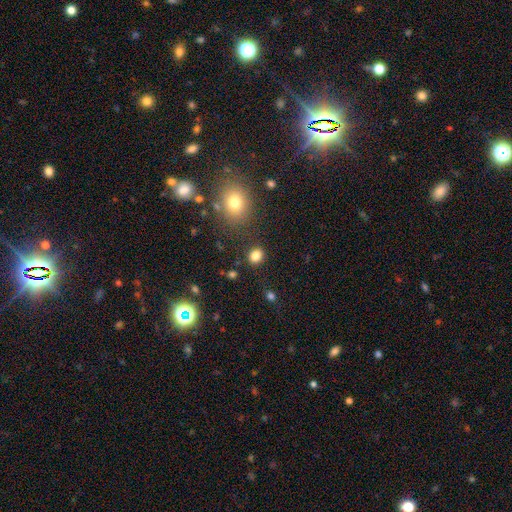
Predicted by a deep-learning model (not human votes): Smooth or featured? smooth (83%)
How rounded? round (63%)
Merging? none (86%)